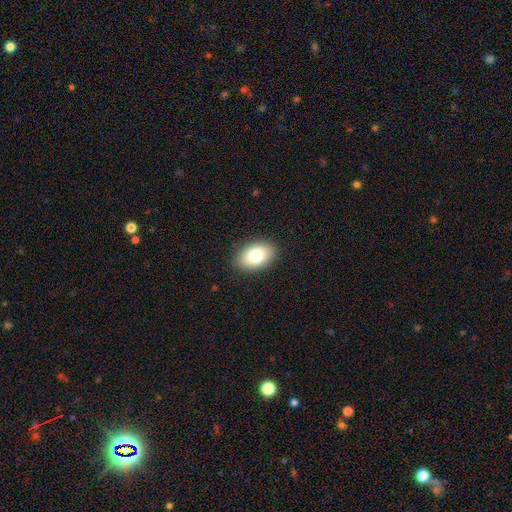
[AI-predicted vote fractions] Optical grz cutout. It shows a smooth galaxy with no disk features (80%) that is in between round and cigar-shaped (86%). Merging: none (89%).